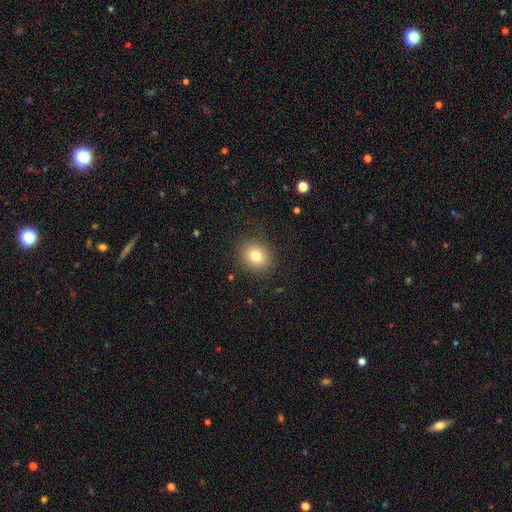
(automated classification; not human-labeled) A smooth galaxy with no disk features (79%) that is round (69%).

Vote fractions:
- Smooth or featured? smooth: 79% / star or artifact: 12% / featured or disk: 9%
- How rounded? round: 69% / in between: 30% / cigar-shaped: 1%
- Merging? none: 88% / minor disturbance: 8% / major disturbance: 3% / merger: 1%